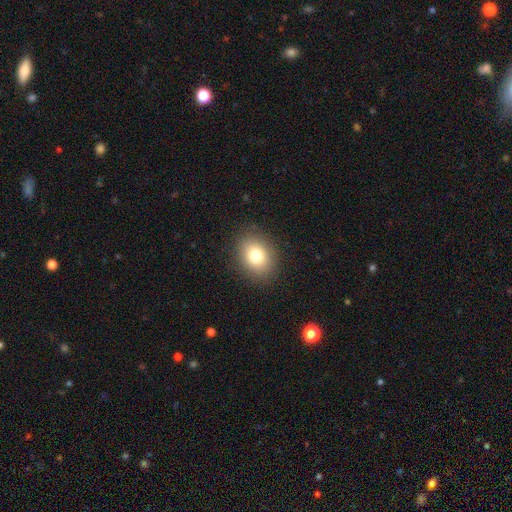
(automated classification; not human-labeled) This appears to be a smooth galaxy with no disk features (79%) that is in between round and cigar-shaped (50%). Merging: none (88%).